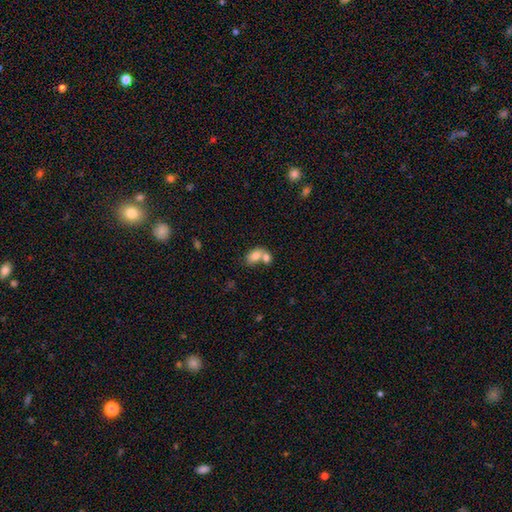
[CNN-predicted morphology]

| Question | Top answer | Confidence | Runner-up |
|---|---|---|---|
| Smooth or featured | smooth | 76% | featured or disk (15%) |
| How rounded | in between | 81% | round (18%) |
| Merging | merger | 62% | none (25%) |